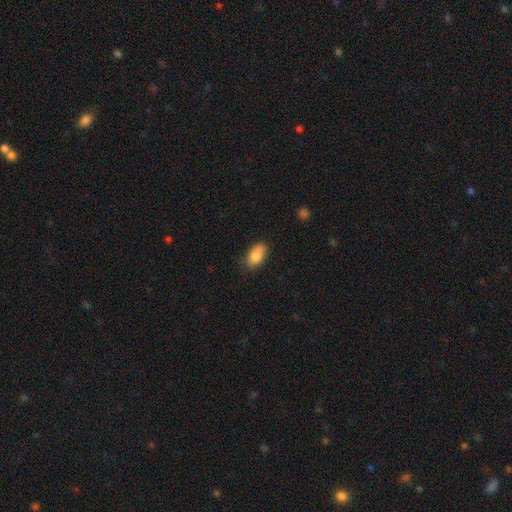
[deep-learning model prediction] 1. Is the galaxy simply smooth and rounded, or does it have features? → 85% smooth, 7% featured or disk, 7% star or artifact.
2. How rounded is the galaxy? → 92% in between, 5% round, 3% cigar-shaped.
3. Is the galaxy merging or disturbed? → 77% none, 18% minor disturbance, 3% major disturbance, 1% merger.